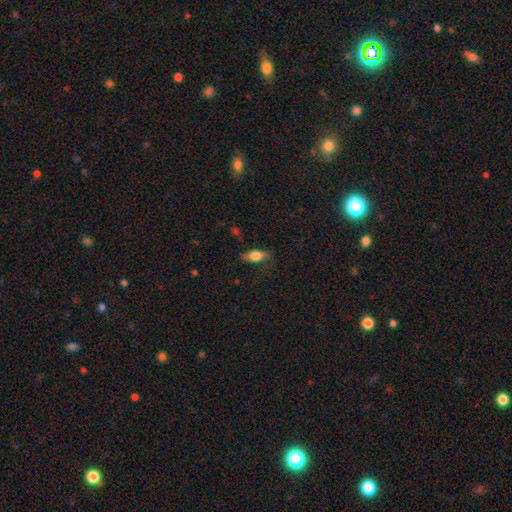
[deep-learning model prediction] Overall: smooth (73%). How rounded: in between (79%). Merging: none (68%).